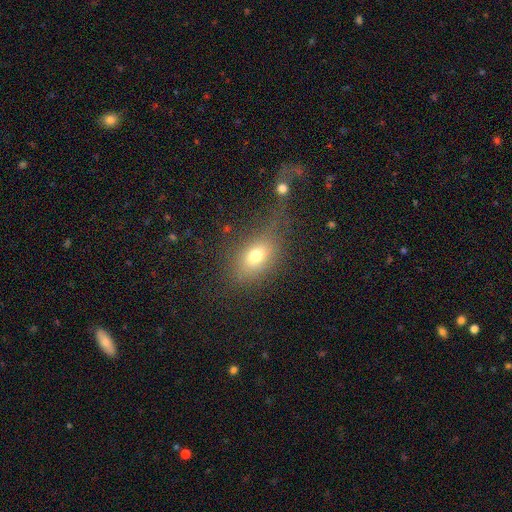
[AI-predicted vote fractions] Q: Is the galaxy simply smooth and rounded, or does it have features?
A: smooth — 72%.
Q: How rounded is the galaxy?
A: in between — 74%.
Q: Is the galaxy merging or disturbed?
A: none — 54%.